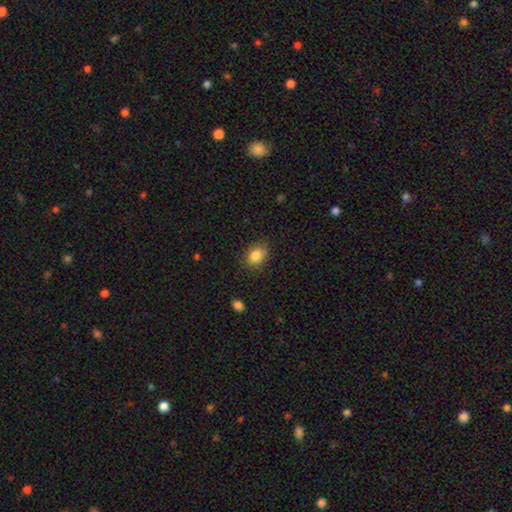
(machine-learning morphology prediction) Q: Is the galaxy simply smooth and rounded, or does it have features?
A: smooth — 84%.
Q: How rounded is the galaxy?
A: in between — 56%.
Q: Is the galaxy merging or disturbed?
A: none — 82%.